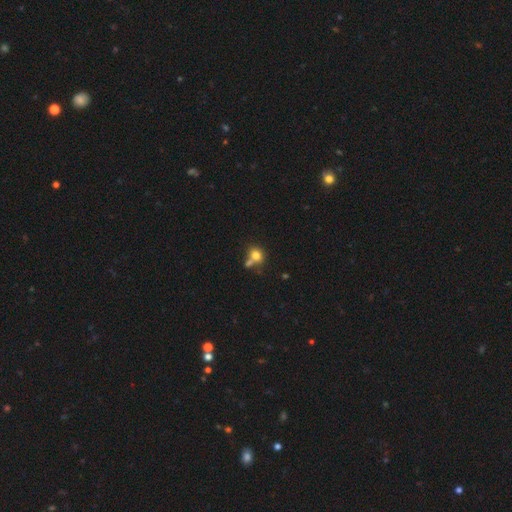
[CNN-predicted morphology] Smooth or featured: smooth — 78% (star or artifact — 12%)
How rounded: round — 71% (in between — 28%)
Merging: none — 46% (merger — 37%)